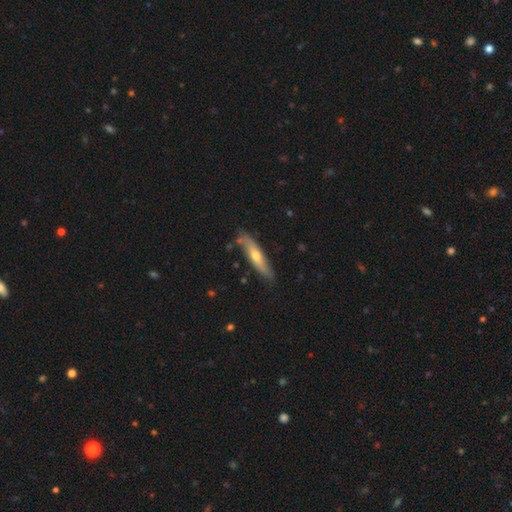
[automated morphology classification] smooth 47% (tied), featured or disk 47% (tied), star or artifact 6%. Down the decision tree: merging — none (78%).